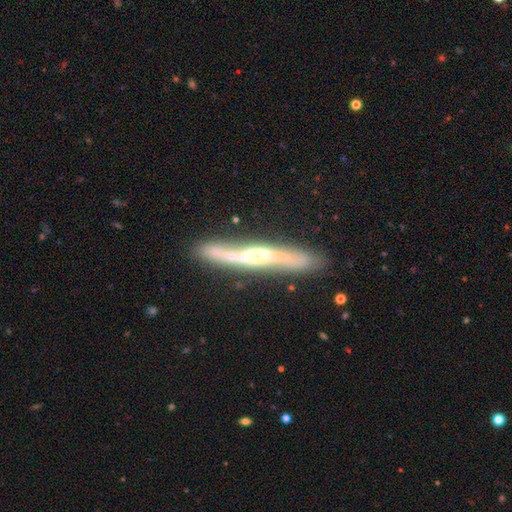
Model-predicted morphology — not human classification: The model was most divided on "edge-on bulge": rounded: 43%, none: 39%, boxy: 18%. More confident: merging — none (79%); smooth or featured — featured or disk (74%); edge-on disk — yes (72%).